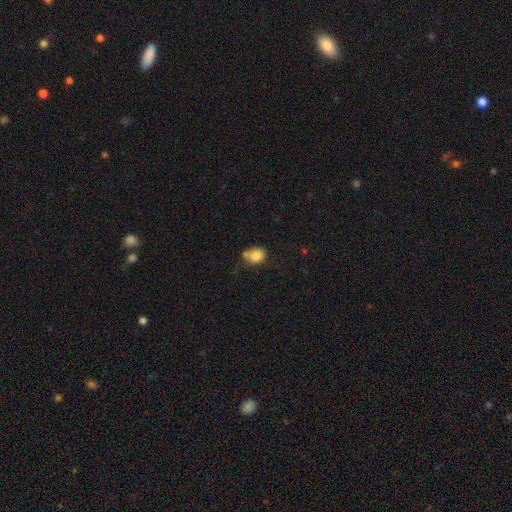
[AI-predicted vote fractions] A smooth galaxy with no disk features (83%) that is in between round and cigar-shaped (54%).

Vote fractions:
- Smooth or featured? smooth: 83% / star or artifact: 9% / featured or disk: 8%
- How rounded? in between: 54% / round: 45% / cigar-shaped: 1%
- Merging? none: 48% / minor disturbance: 26% / merger: 18% / major disturbance: 8%